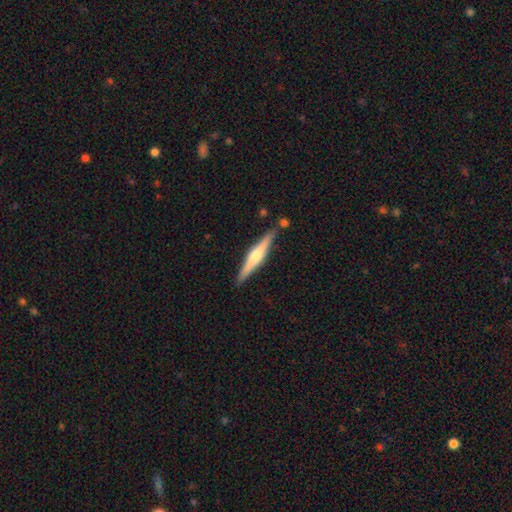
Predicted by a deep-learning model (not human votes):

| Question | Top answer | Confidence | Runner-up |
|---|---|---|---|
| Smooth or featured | featured or disk | 65% | smooth (30%) |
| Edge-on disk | yes | 97% | no (3%) |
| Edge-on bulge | rounded | 77% | boxy (14%) |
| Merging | none | 86% | minor disturbance (9%) |